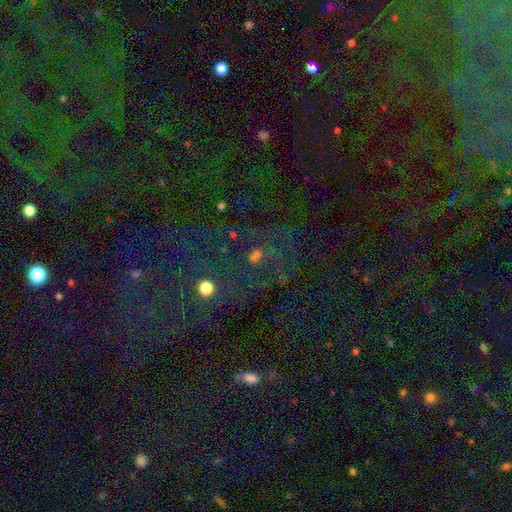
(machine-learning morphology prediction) Smooth or featured? Predicted: star or artifact (p=0.48).